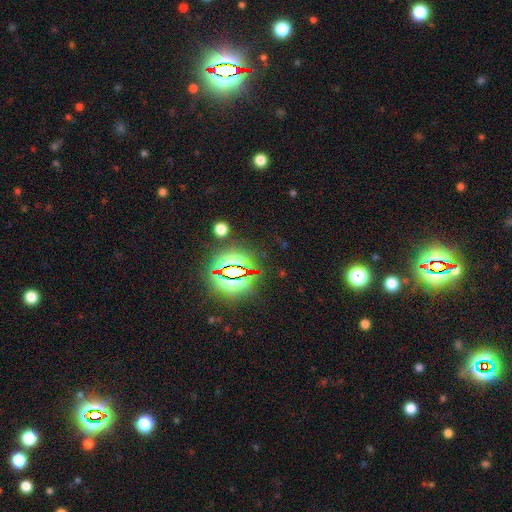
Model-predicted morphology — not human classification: star or artifact 82%, smooth 11%, featured or disk 7%.